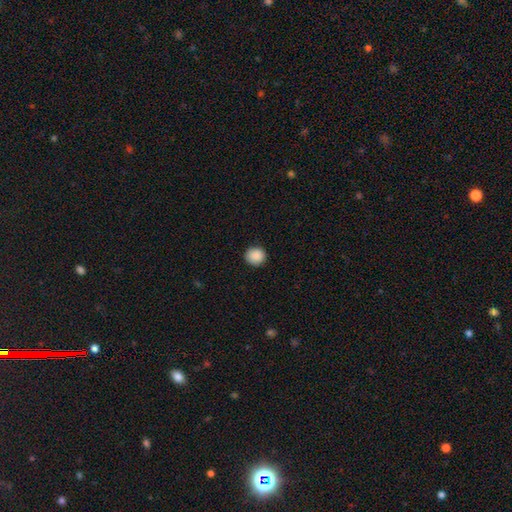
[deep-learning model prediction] smooth 89%, star or artifact 8%, featured or disk 3%. Down the decision tree: how rounded — round (89%); merging — none (89%).